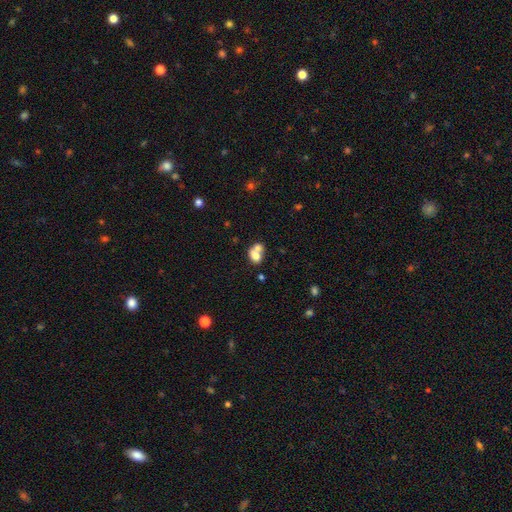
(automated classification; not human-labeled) Overall: smooth (70%). How rounded: in between (60%; round 39%). Merging: merger (66%).